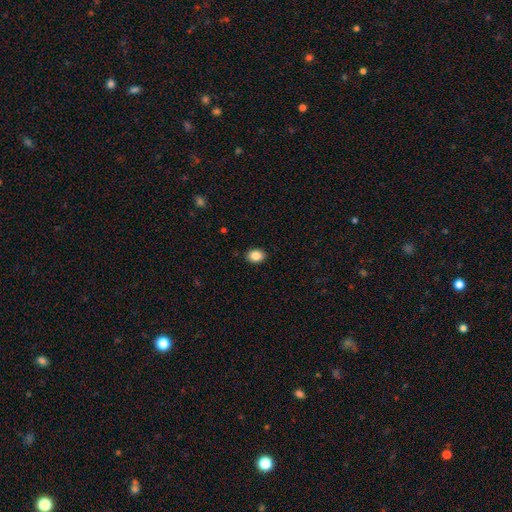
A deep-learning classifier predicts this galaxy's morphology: The model was most divided on "how rounded": in between: 66%, round: 33%, cigar-shaped: 1%. More confident: merging — none (90%); smooth or featured — smooth (86%).